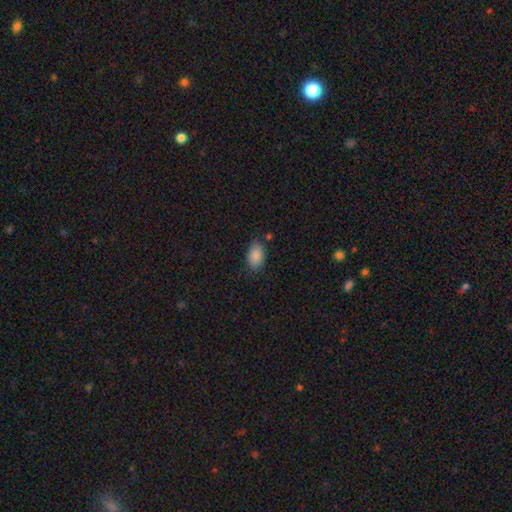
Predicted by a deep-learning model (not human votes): This is clearly a smooth galaxy (88%). How rounded: clearly in between (90%). Merging: likely none (76%).